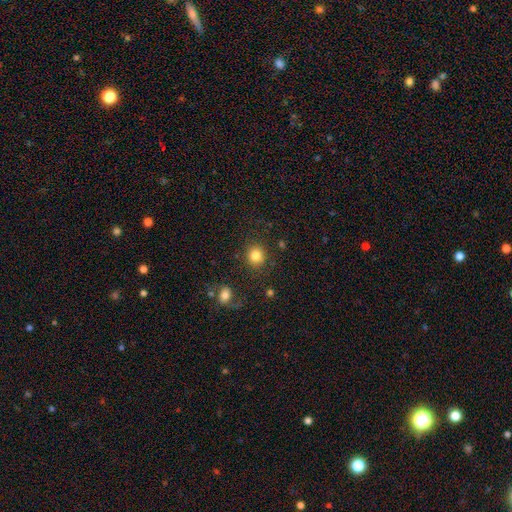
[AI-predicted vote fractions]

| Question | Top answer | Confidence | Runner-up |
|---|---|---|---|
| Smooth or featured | smooth | 83% | star or artifact (11%) |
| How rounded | round | 86% | in between (13%) |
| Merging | none | 86% | minor disturbance (8%) |